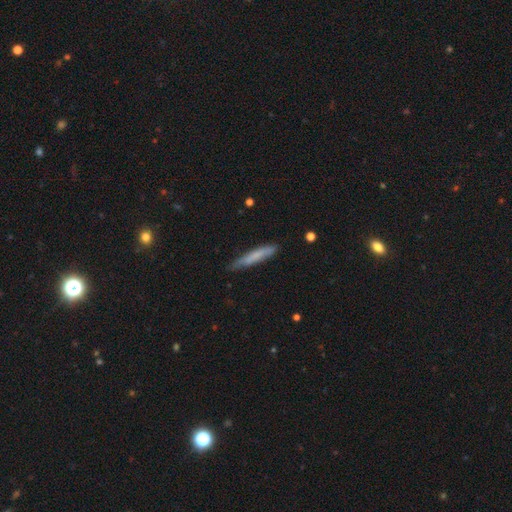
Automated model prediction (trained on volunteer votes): smooth-or-featured: smooth: 68% | featured or disk: 26% | star or artifact: 6%
  how-rounded: cigar-shaped: 93% | in between: 6% | round: 1%
  merging: none: 76% | minor disturbance: 19% | major disturbance: 3% | merger: 2%